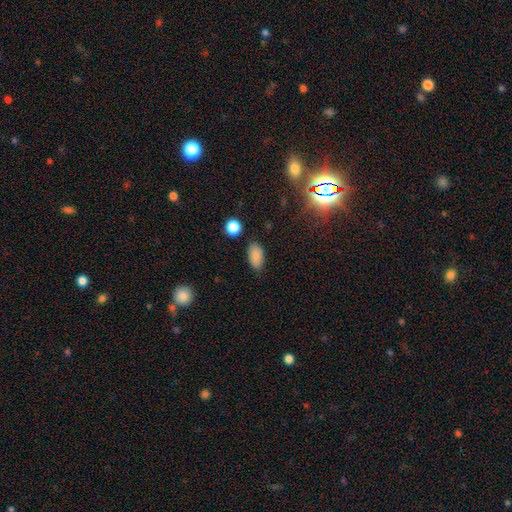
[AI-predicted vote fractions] smooth 83%, star or artifact 10%, featured or disk 7%. Down the decision tree: how rounded — in between (92%); merging — none (82%).